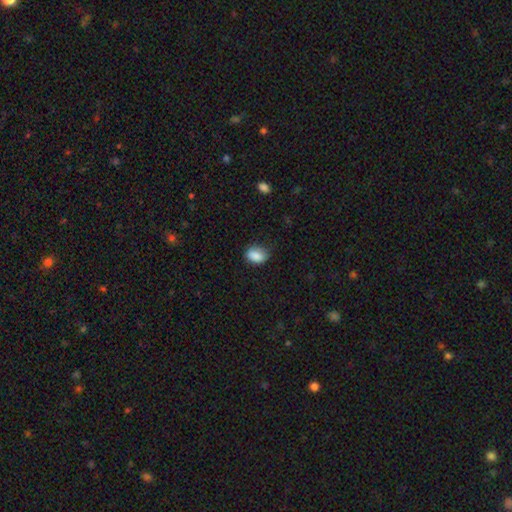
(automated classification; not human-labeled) A smooth galaxy with no disk features (86%) that is in between round and cigar-shaped (77%). Merging: none (68%).